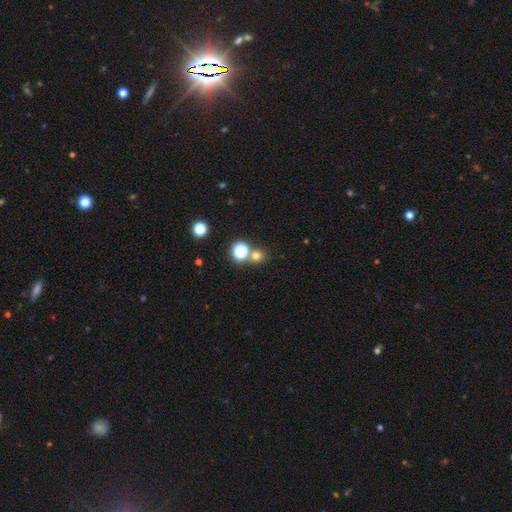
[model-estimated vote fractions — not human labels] smooth-or-featured: smooth: 70% | star or artifact: 23% | featured or disk: 7%
  how-rounded: round: 87% | in between: 12% | cigar-shaped: 1%
  merging: none: 67% | merger: 24% | minor disturbance: 6% | major disturbance: 3%